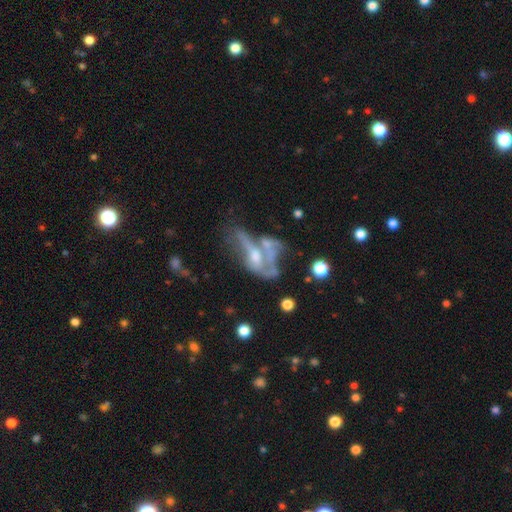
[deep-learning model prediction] This appears to be a featured or disk galaxy (62%). Merging: merger (46%).